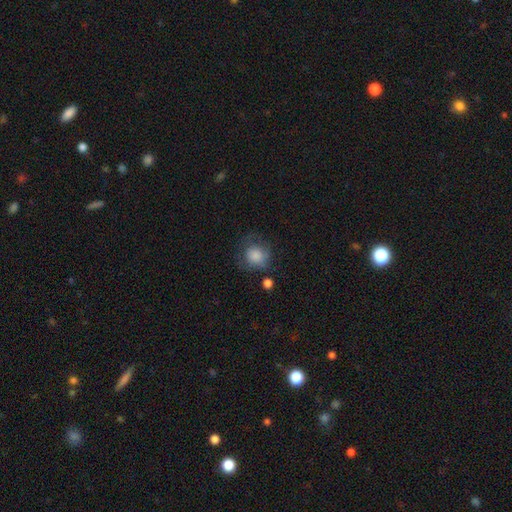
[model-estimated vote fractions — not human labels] smooth 80%, featured or disk 12%, star or artifact 9%. Down the decision tree: how rounded — round (79%); merging — none (54%).